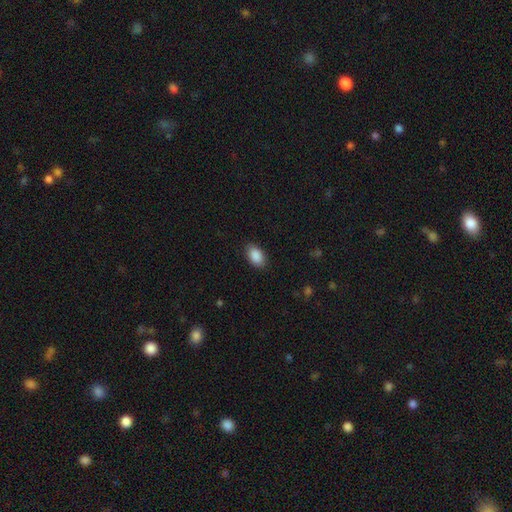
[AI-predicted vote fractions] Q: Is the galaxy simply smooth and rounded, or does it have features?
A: smooth — 90%.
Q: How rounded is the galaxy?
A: in between — 93%.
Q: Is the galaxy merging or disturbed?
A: none — 88%.